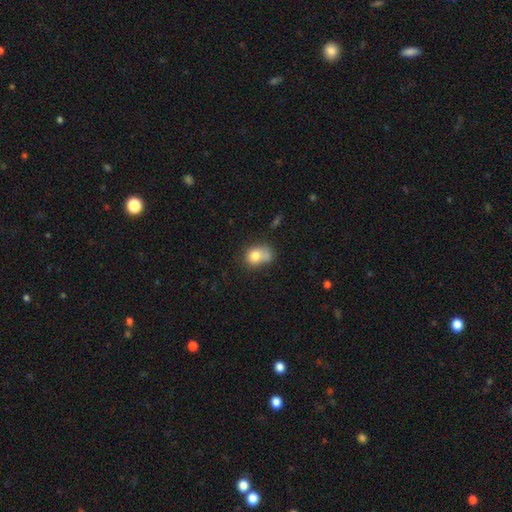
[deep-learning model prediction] smooth 77%, featured or disk 14%, star or artifact 10%. Down the decision tree: how rounded — in between (54%); merging — none (33%).